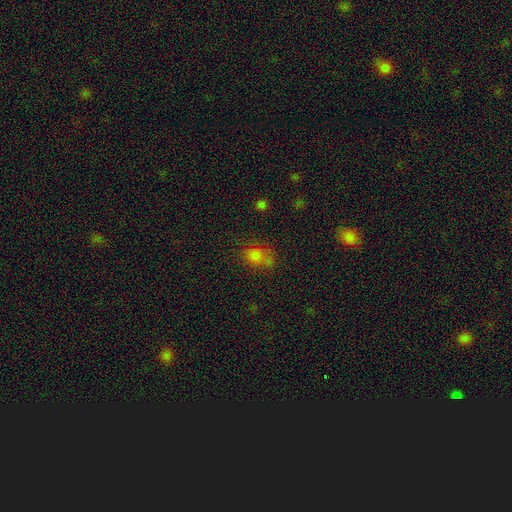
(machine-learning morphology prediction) type=smooth (73%); roundness=in between (57%); merging=none (53%).